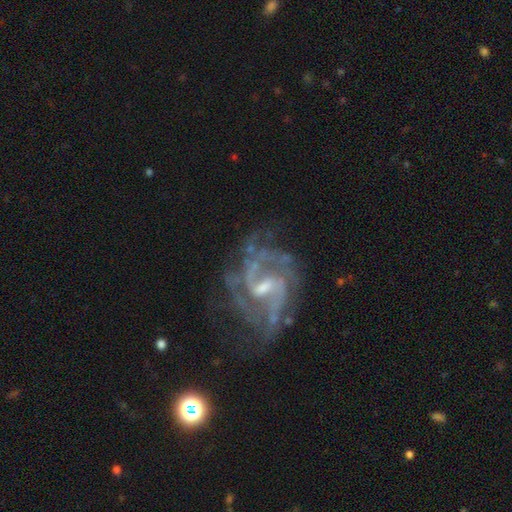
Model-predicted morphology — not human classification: Smooth or featured? Predicted: featured or disk (p=0.90). Edge-on disk? Predicted: no (p=0.98). Bar? Predicted: weak (p=0.59). Spiral arms? Predicted: yes (p=0.96). Spiral winding? Predicted: medium (p=0.54). Spiral arm count? Predicted: 2 (p=0.56). Bulge size? Predicted: small (p=0.49). Merging? Predicted: none (p=0.60).